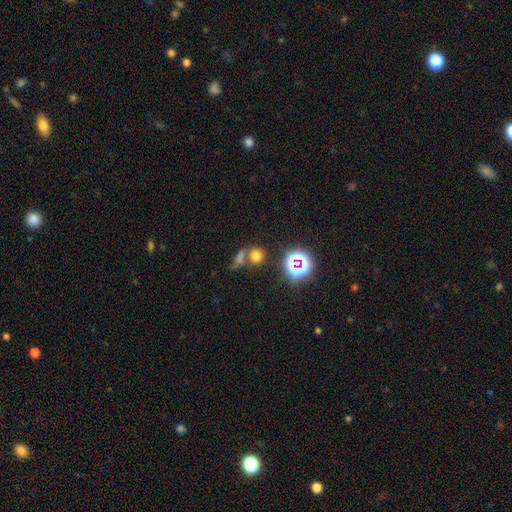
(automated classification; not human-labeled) Morphology: type=smooth (66%); roundness=round (82%); merging=none (61%).